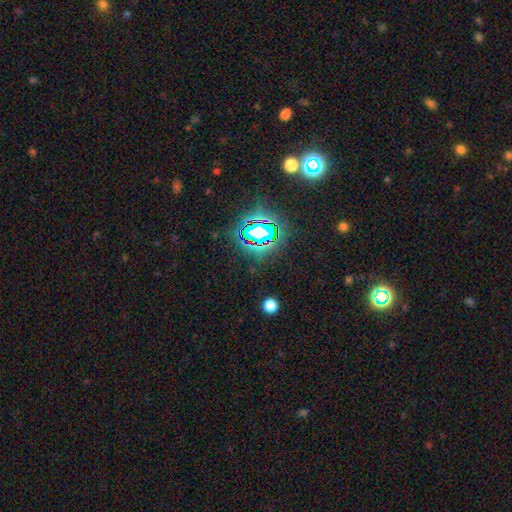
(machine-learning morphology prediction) type=star or artifact (78%).